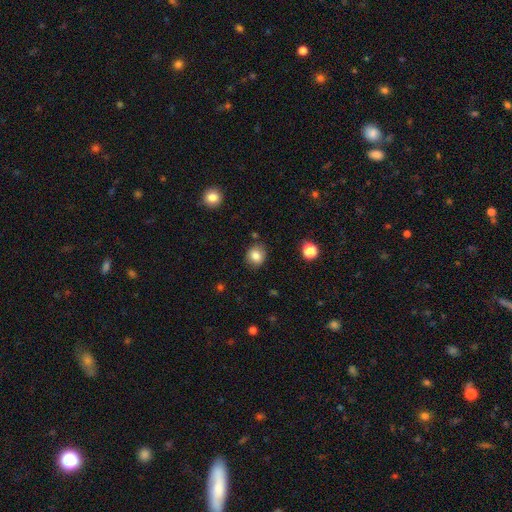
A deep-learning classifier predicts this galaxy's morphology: smooth-or-featured: smooth: 83% | star or artifact: 11% | featured or disk: 7%
  how-rounded: round: 77% | in between: 22% | cigar-shaped: 1%
  merging: none: 84% | minor disturbance: 11% | major disturbance: 3% | merger: 2%